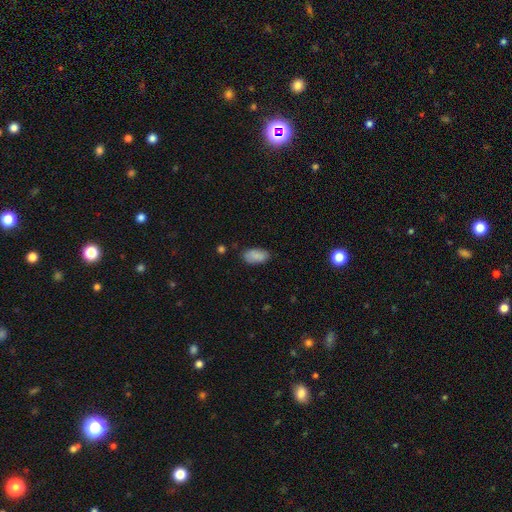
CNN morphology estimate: Smooth or featured?
  - smooth: 87% *
  - star or artifact: 7%
  - featured or disk: 6%
How rounded?
  - in between: 93% *
  - cigar-shaped: 4%
  - round: 3%
Merging?
  - none: 79% *
  - minor disturbance: 16%
  - major disturbance: 3%
  - merger: 2%